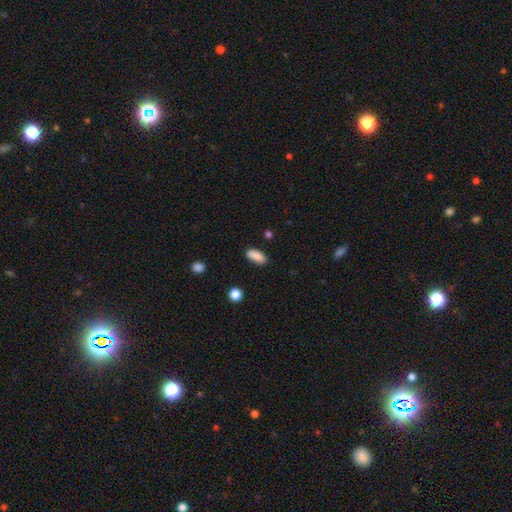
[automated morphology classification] Smooth or featured? Predicted: smooth (p=0.88). How rounded? Predicted: in between (p=0.73). Merging? Predicted: none (p=0.85).